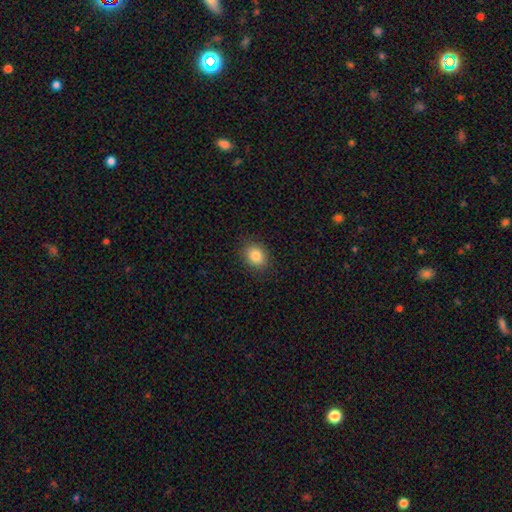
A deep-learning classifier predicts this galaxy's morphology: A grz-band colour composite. It shows a smooth galaxy with no disk features (85%) that is round (55%). Merging: none (89%).